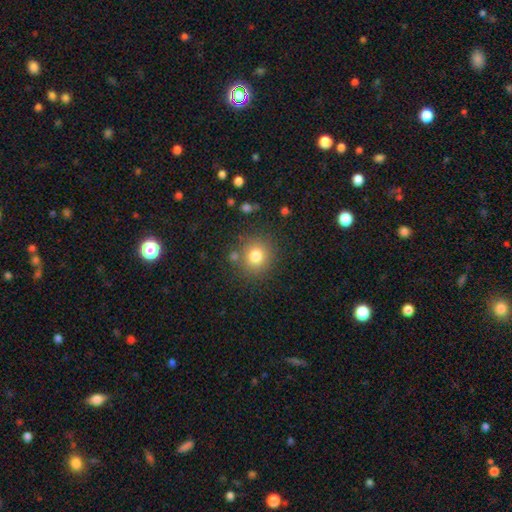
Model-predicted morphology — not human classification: smooth 78%, star or artifact 13%, featured or disk 9%. Down the decision tree: how rounded — round (87%); merging — none (80%).